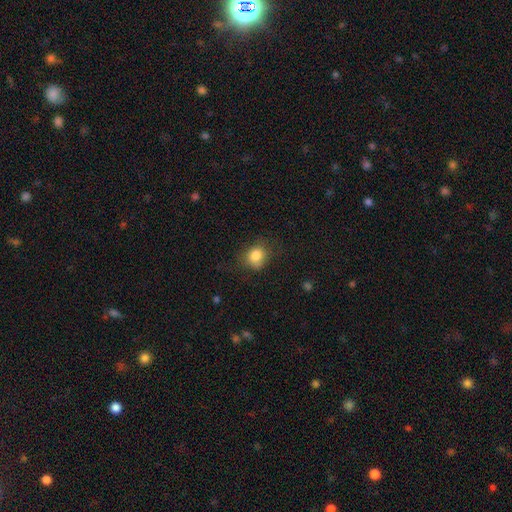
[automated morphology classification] The model was most divided on "how rounded": round: 66%, in between: 33%, cigar-shaped: 1%. More confident: smooth or featured — smooth (83%); merging — none (66%).